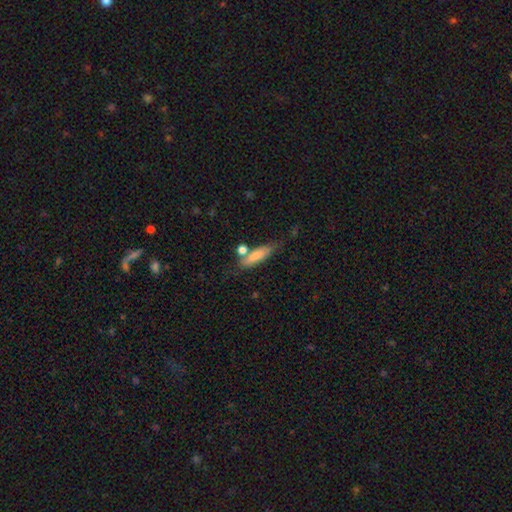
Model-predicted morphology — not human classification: Smooth or featured? smooth (77%)
How rounded? cigar-shaped (52%)
Merging? none (60%)